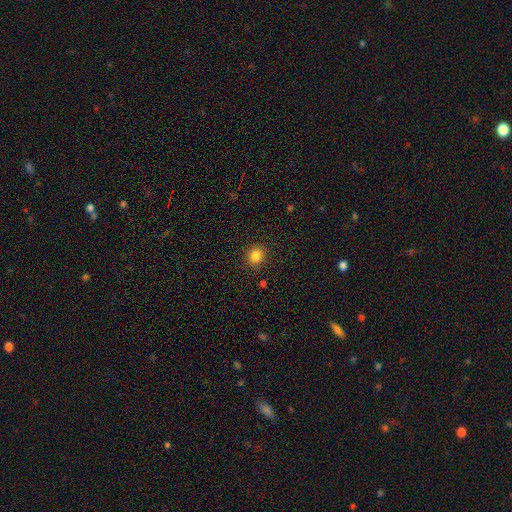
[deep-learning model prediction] The model was most divided on "how rounded": round: 81%, in between: 18%, cigar-shaped: 1%. More confident: merging — none (90%); smooth or featured — smooth (84%).